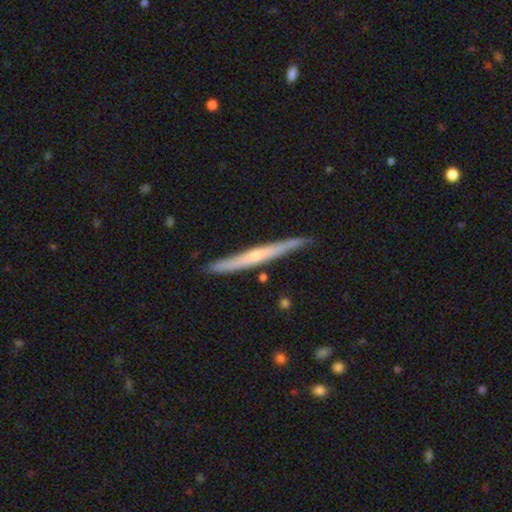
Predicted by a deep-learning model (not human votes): This is possibly a featured or disk galaxy (60%). It is clearly viewed edge-on (95%). Edge-on bulge: possibly none (48%). Merging: clearly none (84%).